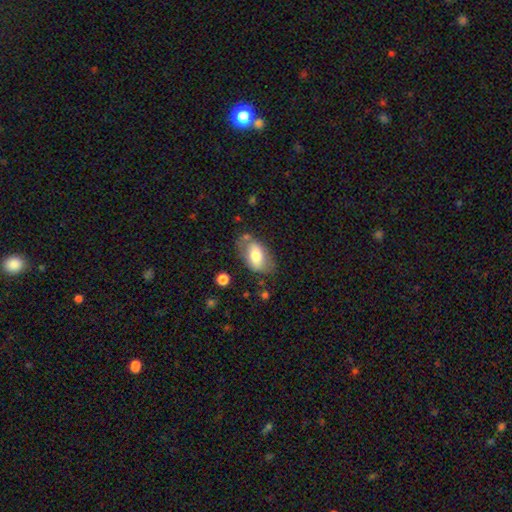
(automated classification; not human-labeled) This appears to be a smooth galaxy with no disk features (66%) that is in between round and cigar-shaped (91%). Merging: none (61%).